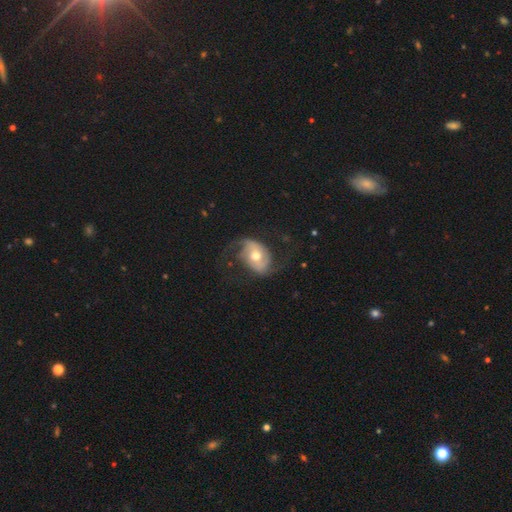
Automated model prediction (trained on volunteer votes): Smooth or featured?
  - featured or disk: 78% *
  - smooth: 16%
  - star or artifact: 6%
Edge-on disk?
  - no: 97% *
  - yes: 3%
Bar?
  - no: 54% *
  - weak: 30%
  - strong: 16%
Spiral arms?
  - yes: 90% *
  - no: 10%
Spiral winding?
  - loose: 56% *
  - medium: 34%
  - tight: 10%
Spiral arm count?
  - 2: 87% *
  - 1: 4%
  - can't tell: 4%
  - 3: 2%
  - 4: 1%
  - more than 4: 1%
Bulge size?
  - moderate: 76% *
  - small: 12%
  - large: 10%
  - dominant: 1%
  - none: 1%
Merging?
  - none: 61% *
  - major disturbance: 20%
  - minor disturbance: 18%
  - merger: 2%